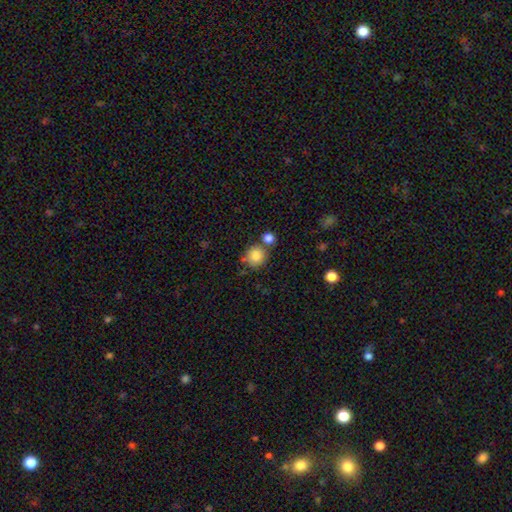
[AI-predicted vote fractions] A smooth galaxy with no disk features (83%) that is round (90%).

Vote fractions:
- Smooth or featured? smooth: 83% / star or artifact: 10% / featured or disk: 7%
- How rounded? round: 90% / in between: 9% / cigar-shaped: 1%
- Merging? none: 66% / merger: 19% / minor disturbance: 12% / major disturbance: 4%